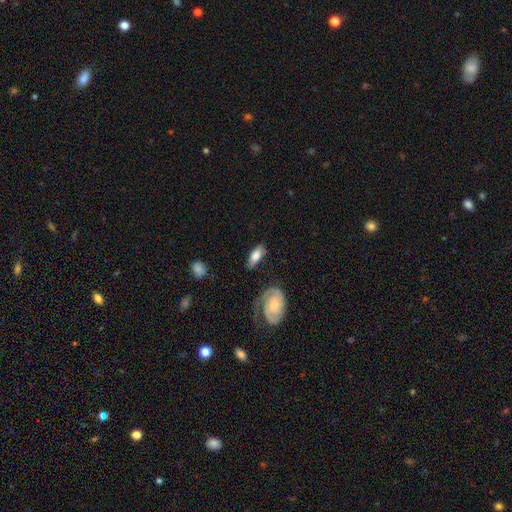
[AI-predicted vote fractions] This appears to be a smooth galaxy with no disk features (60%) that is in between round and cigar-shaped (78%). Merging: none (73%).